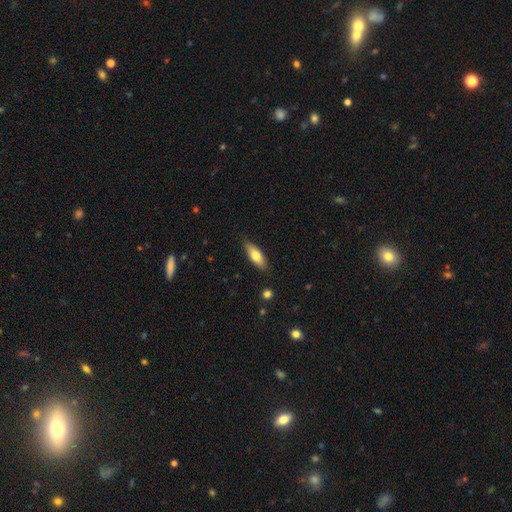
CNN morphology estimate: This is likely a smooth galaxy (73%). How rounded: likely in between (61%). Merging: clearly none (85%).